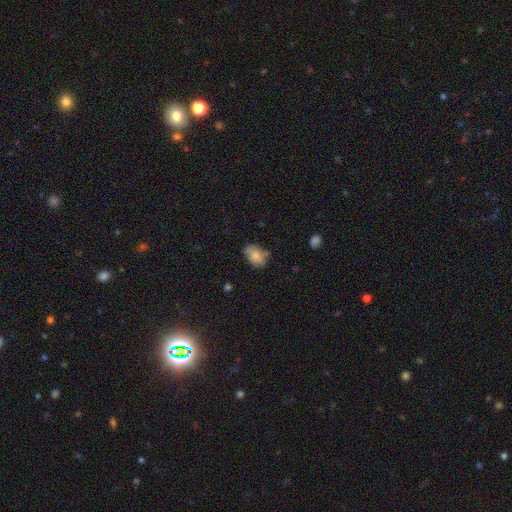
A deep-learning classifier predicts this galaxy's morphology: Q: Smooth or featured?
A: smooth (79%); runner-up: featured or disk (13%)
Q: How rounded?
A: in between (82%); runner-up: round (17%)
Q: Merging?
A: none (60%); runner-up: minor disturbance (29%)